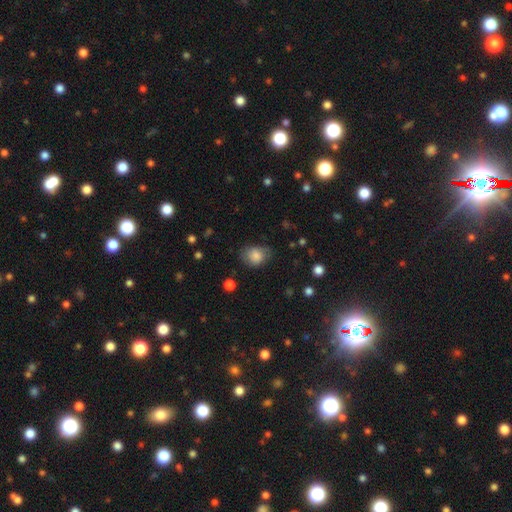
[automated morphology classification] Smooth or featured? Predicted: smooth (p=0.83). How rounded? Predicted: in between (p=0.53). Merging? Predicted: none (p=0.64).